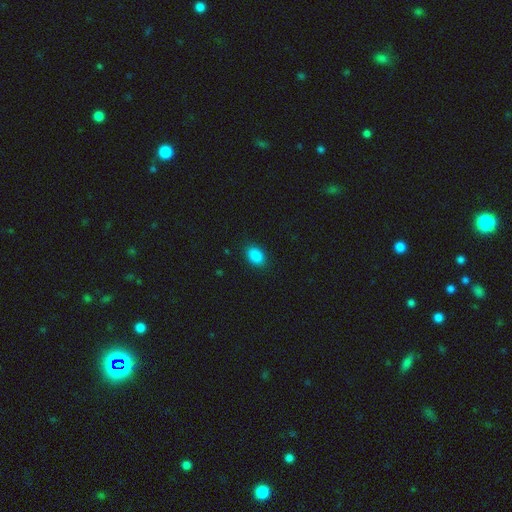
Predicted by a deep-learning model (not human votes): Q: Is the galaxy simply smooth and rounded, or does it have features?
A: smooth — 88%.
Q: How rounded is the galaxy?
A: in between — 85%.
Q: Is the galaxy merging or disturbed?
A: none — 88%.